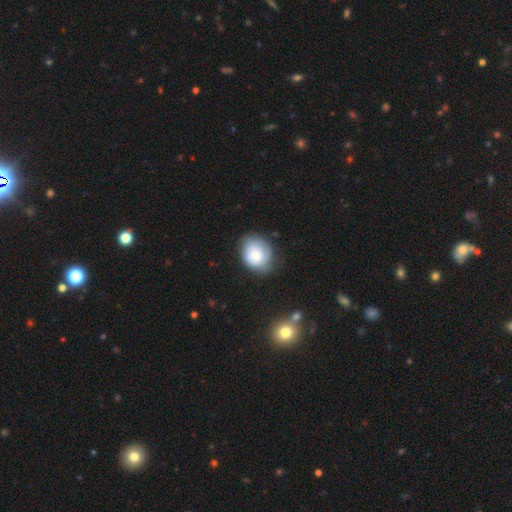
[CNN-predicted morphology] This is likely a smooth galaxy (73%). How rounded: possibly round (52%). Merging: likely none (67%).